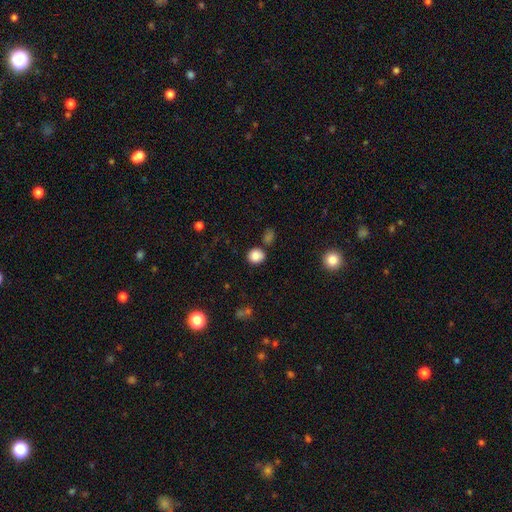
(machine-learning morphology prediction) smooth 85%, star or artifact 10%, featured or disk 4%. Down the decision tree: how rounded — round (80%); merging — none (79%).